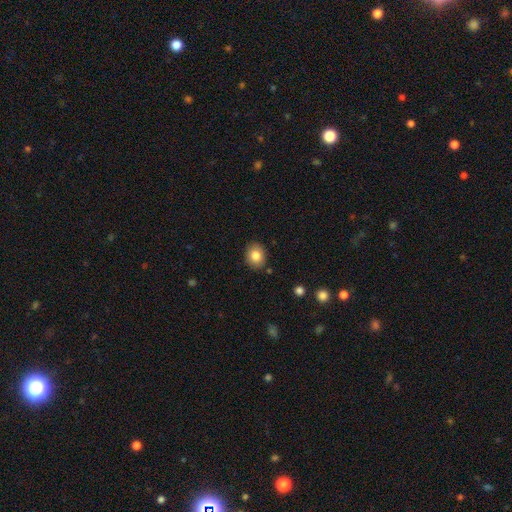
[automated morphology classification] This appears to be a smooth galaxy with no disk features (82%) that is round (62%). Merging: none (87%).